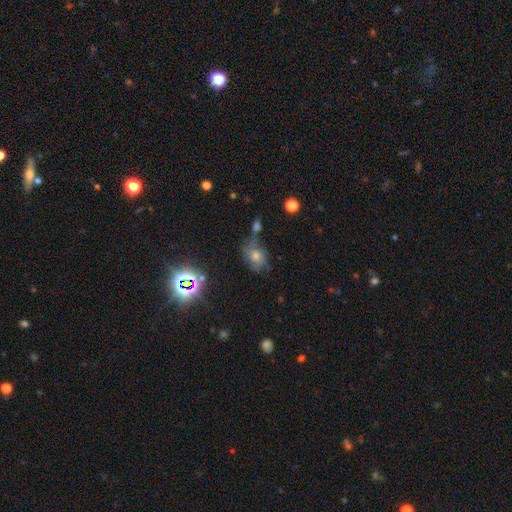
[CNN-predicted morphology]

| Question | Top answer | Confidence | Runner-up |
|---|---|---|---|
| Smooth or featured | smooth | 42% | star or artifact (34%) |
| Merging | none | 49% | minor disturbance (21%) |